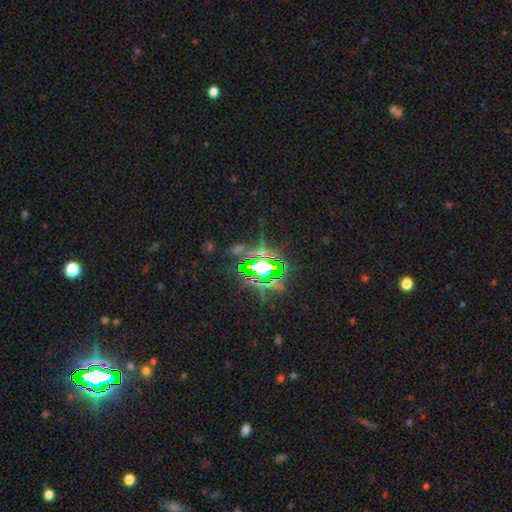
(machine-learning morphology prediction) type=star or artifact (85%).